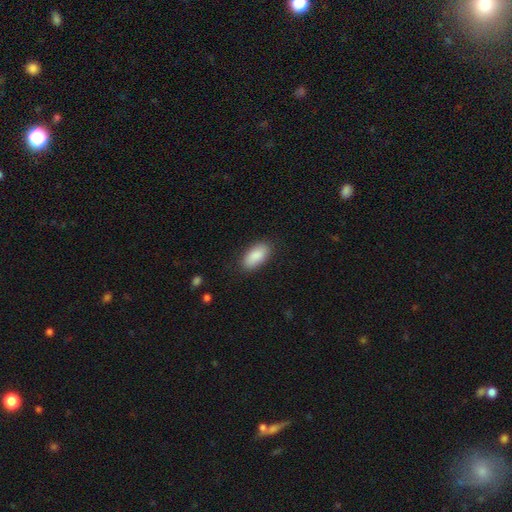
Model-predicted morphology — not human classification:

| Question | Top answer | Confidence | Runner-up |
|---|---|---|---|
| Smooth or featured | smooth | 90% | star or artifact (6%) |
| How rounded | in between | 92% | cigar-shaped (6%) |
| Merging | none | 87% | minor disturbance (10%) |